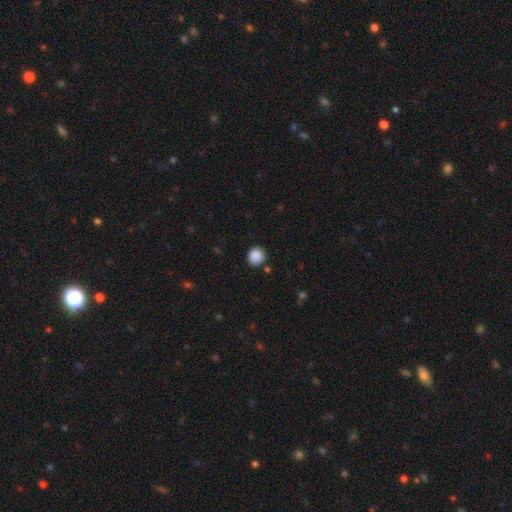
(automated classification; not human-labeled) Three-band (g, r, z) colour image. It shows a smooth galaxy with no disk features (88%) that is round (89%). Merging: none (83%).